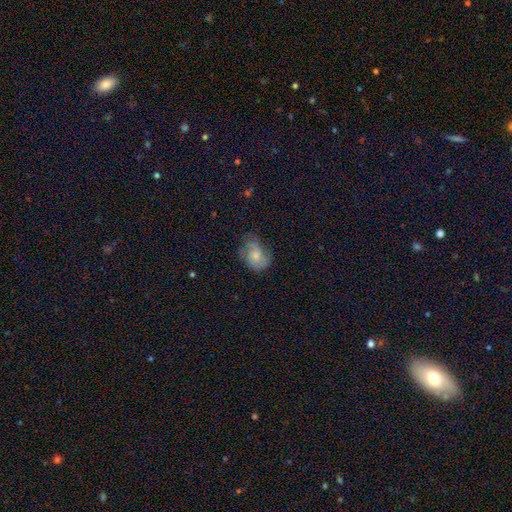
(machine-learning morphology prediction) Smooth or featured? featured or disk (49%)
Merging? none (49%)